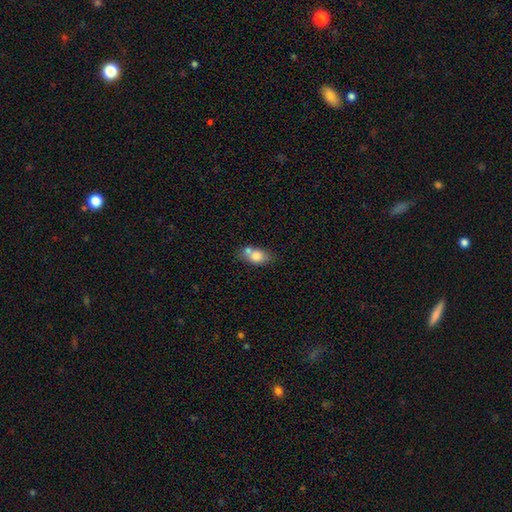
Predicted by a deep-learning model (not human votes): Overall: smooth (76%). How rounded: in between (76%). Merging: merger (41%; none 40%).